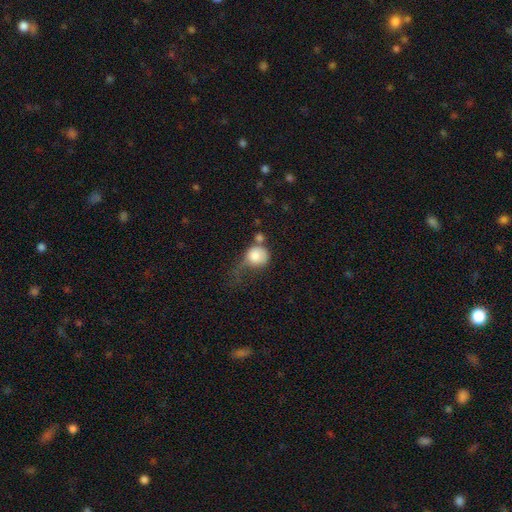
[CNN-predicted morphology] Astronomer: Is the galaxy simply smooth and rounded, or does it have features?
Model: smooth — 79%.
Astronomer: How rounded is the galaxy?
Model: round — 77%.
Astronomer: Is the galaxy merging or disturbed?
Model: major disturbance — 40% (runner-up: minor disturbance, 23%).